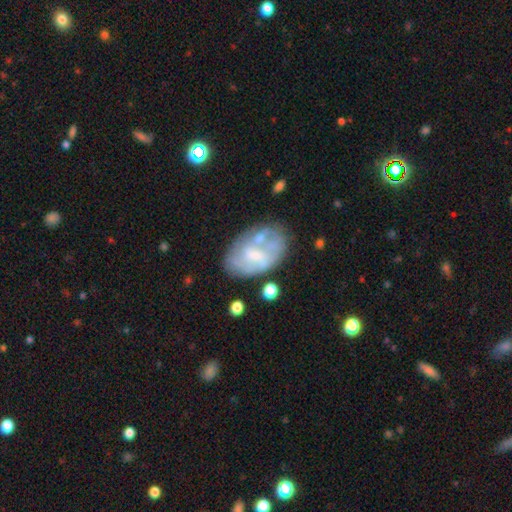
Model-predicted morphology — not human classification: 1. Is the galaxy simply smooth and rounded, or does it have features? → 60% featured or disk, 32% smooth, 8% star or artifact.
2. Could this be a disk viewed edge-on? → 96% no, 4% yes.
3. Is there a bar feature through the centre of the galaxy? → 48% no, 41% weak, 12% strong.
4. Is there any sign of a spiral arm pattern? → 57% no, 43% yes.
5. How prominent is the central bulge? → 40% small, 29% moderate, 26% none, 3% large, 1% dominant.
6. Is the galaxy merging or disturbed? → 50% none, 24% minor disturbance, 15% major disturbance, 12% merger.